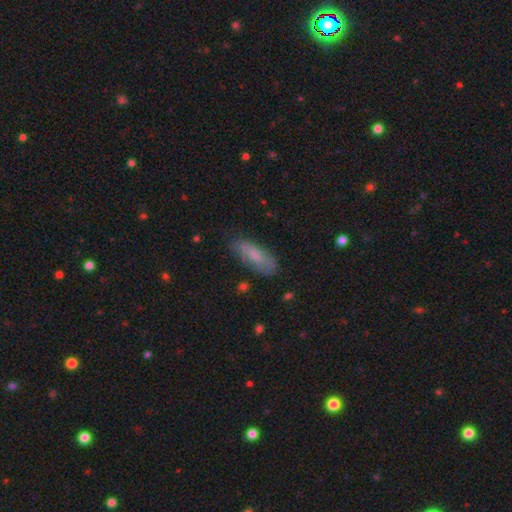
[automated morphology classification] type=smooth (68%); roundness=in between (71%); merging=none (71%).